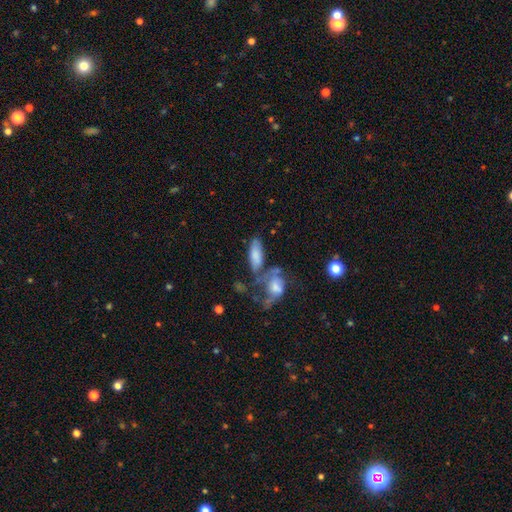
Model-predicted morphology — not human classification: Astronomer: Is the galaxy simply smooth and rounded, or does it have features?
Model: smooth — 70%.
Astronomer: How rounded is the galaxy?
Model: in between — 80%.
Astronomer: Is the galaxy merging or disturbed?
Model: none — 39% (runner-up: merger, 31%).